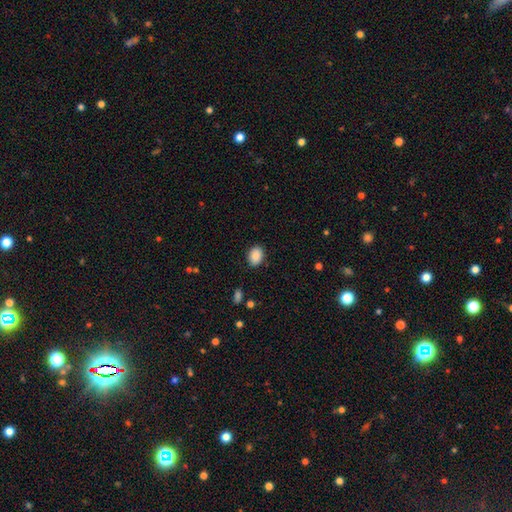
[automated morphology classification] This is clearly a smooth galaxy (89%). How rounded: likely in between (69%). Merging: clearly none (87%).